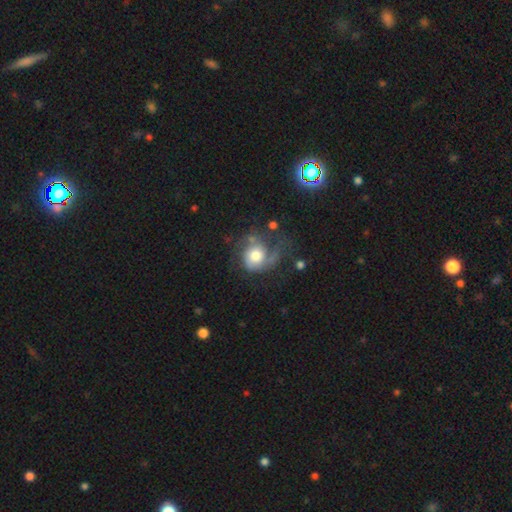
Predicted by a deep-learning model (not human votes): This appears to be a featured or disk galaxy (50%). Merging: major disturbance (36%, tied with none).